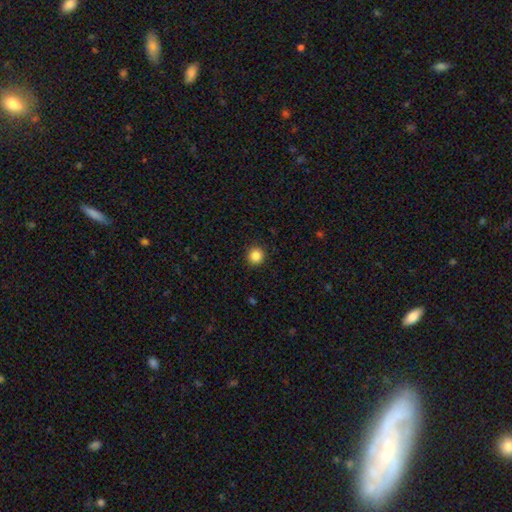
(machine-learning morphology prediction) Overall: smooth (86%). How rounded: round (94%). Merging: none (92%).